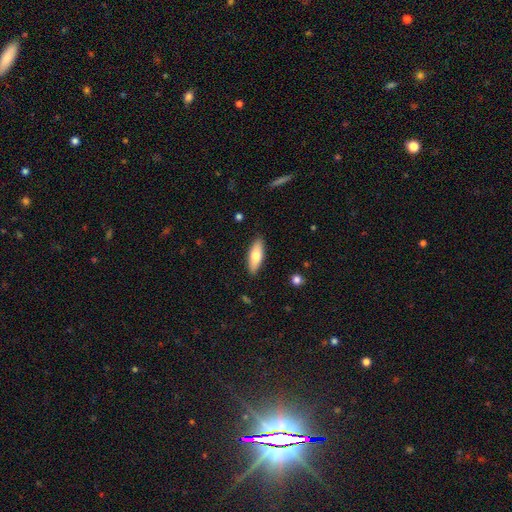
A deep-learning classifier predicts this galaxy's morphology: smooth-or-featured: smooth: 72% | featured or disk: 22% | star or artifact: 6%
  how-rounded: in between: 64% | cigar-shaped: 34% | round: 2%
  merging: none: 88% | minor disturbance: 9% | major disturbance: 2% | merger: 1%